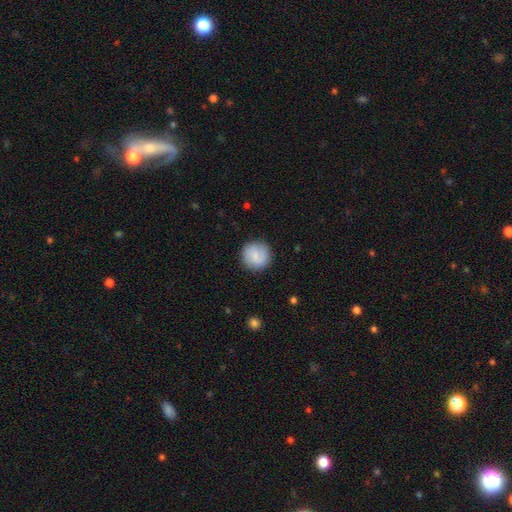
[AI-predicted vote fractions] This is likely a smooth galaxy (80%). How rounded: clearly round (94%). Merging: clearly none (87%).